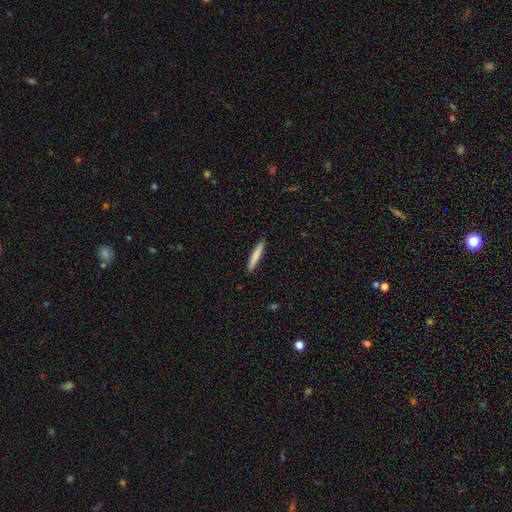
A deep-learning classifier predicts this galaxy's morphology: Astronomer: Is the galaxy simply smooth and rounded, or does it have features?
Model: smooth — 81%.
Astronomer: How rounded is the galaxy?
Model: cigar-shaped — 95%.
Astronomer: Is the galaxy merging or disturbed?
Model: none — 92%.